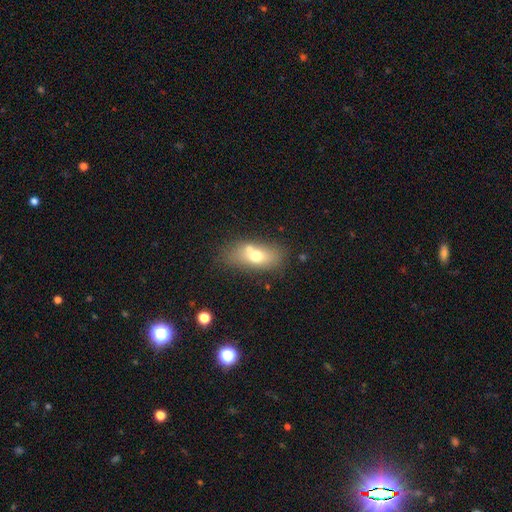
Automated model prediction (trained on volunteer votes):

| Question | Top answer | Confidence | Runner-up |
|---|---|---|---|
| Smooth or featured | smooth | 63% | featured or disk (27%) |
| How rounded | in between | 82% | round (11%) |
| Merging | none | 53% | merger (24%) |